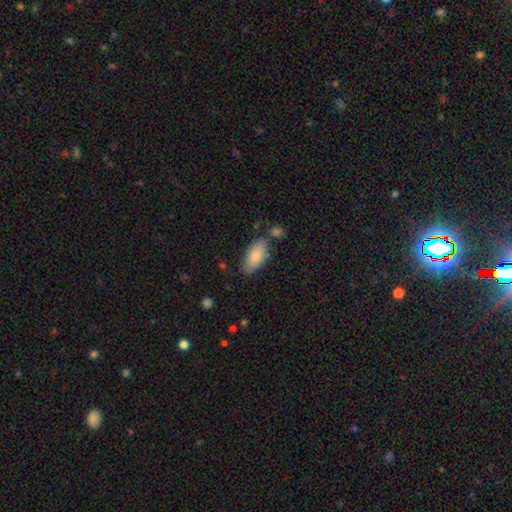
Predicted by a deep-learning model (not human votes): Smooth or featured?
  - smooth: 82% *
  - featured or disk: 12%
  - star or artifact: 6%
How rounded?
  - in between: 90% *
  - cigar-shaped: 7%
  - round: 2%
Merging?
  - none: 72% *
  - minor disturbance: 17%
  - merger: 7%
  - major disturbance: 4%